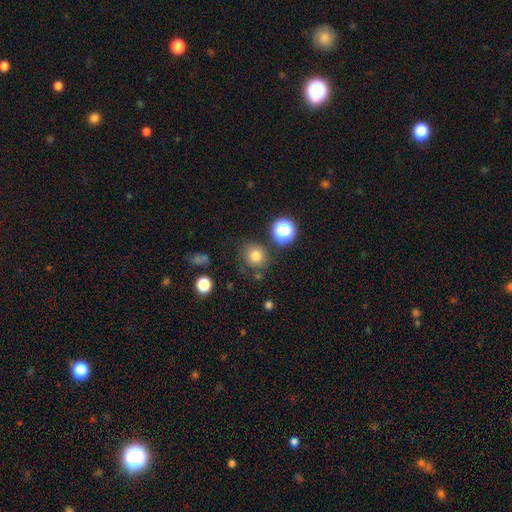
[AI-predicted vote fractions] smooth-or-featured: smooth: 78% | star or artifact: 14% | featured or disk: 8%
  how-rounded: round: 87% | in between: 12% | cigar-shaped: 1%
  merging: none: 77% | minor disturbance: 13% | merger: 5% | major disturbance: 5%